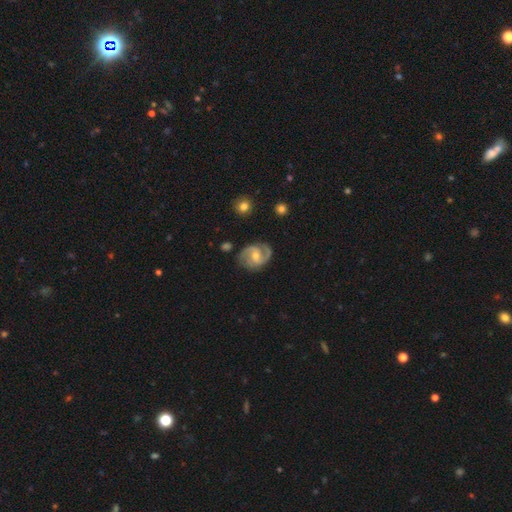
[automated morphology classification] Q: Smooth or featured?
A: featured or disk (87%); runner-up: smooth (8%)
Q: Edge-on disk?
A: no (98%); runner-up: yes (2%)
Q: Bar?
A: weak (49%); runner-up: no (39%)
Q: Spiral arms?
A: yes (97%); runner-up: no (3%)
Q: Spiral winding?
A: medium (54%); runner-up: tight (30%)
Q: Spiral arm count?
A: 2 (89%); runner-up: can't tell (4%)
Q: Bulge size?
A: moderate (55%); runner-up: small (40%)
Q: Merging?
A: none (79%); runner-up: minor disturbance (15%)